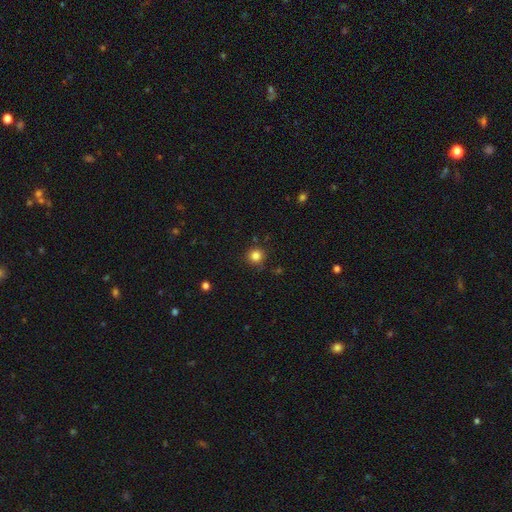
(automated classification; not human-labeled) Morphology: type=smooth (83%); roundness=round (93%); merging=none (85%).